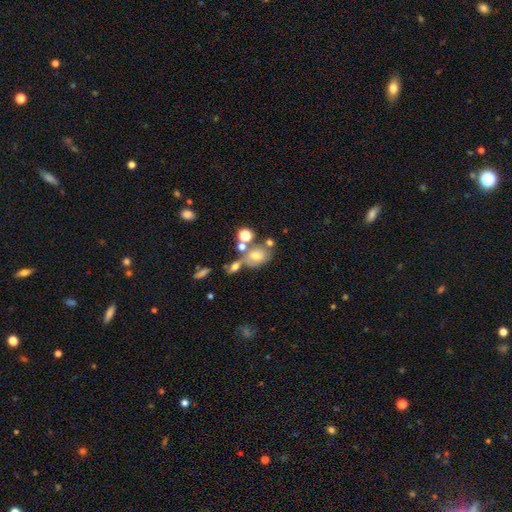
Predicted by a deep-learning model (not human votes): Smooth or featured: smooth — 59% (featured or disk — 25%)
How rounded: in between — 64% (round — 34%)
Merging: none — 38% (merger — 36%)